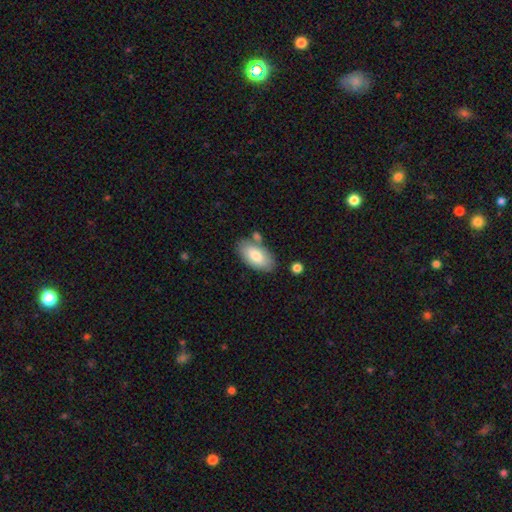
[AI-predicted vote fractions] smooth-or-featured: smooth: 77% | featured or disk: 17% | star or artifact: 6%
  how-rounded: in between: 94% | cigar-shaped: 3% | round: 3%
  merging: none: 70% | minor disturbance: 16% | merger: 11% | major disturbance: 4%